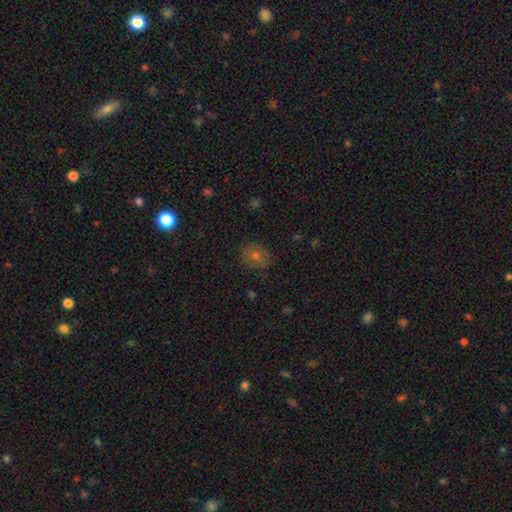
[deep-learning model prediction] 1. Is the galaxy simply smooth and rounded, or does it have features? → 65% smooth, 19% star or artifact, 16% featured or disk.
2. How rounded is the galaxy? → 70% round, 29% in between, 1% cigar-shaped.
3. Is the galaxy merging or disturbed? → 82% none, 13% minor disturbance, 3% major disturbance, 1% merger.